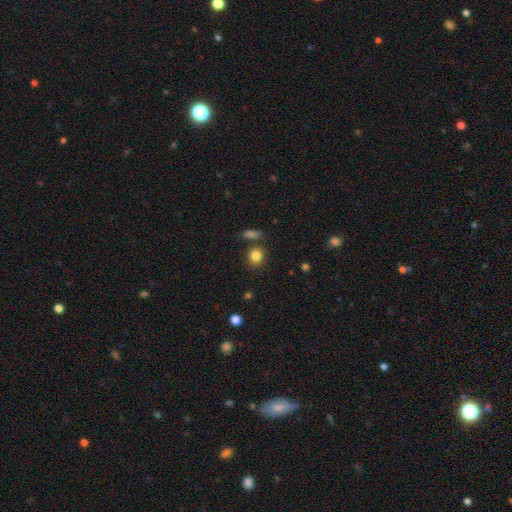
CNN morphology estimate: The model was most divided on "how rounded": round: 73%, in between: 26%, cigar-shaped: 1%. More confident: smooth or featured — smooth (84%); merging — none (78%).